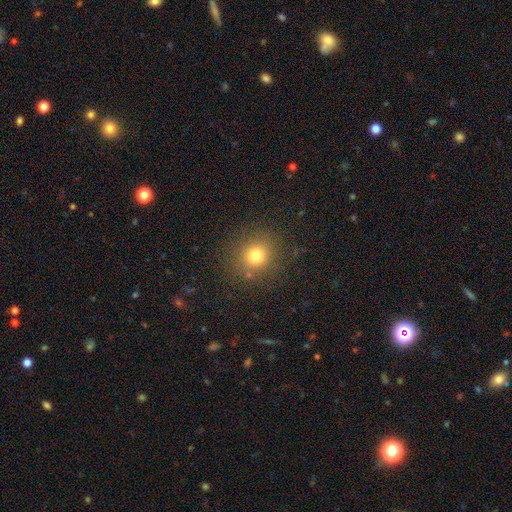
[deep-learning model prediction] Smooth or featured?
  - smooth: 75% *
  - star or artifact: 16%
  - featured or disk: 8%
How rounded?
  - round: 88% *
  - in between: 11%
  - cigar-shaped: 1%
Merging?
  - none: 86% *
  - minor disturbance: 9%
  - major disturbance: 4%
  - merger: 2%